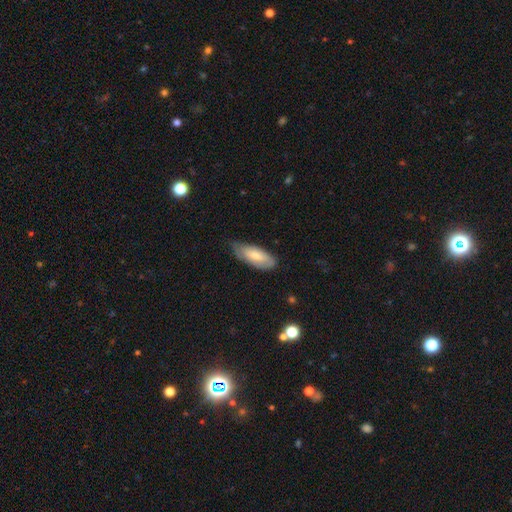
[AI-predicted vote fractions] Smooth or featured?
  - smooth: 70% *
  - featured or disk: 24%
  - star or artifact: 5%
How rounded?
  - in between: 79% *
  - cigar-shaped: 19%
  - round: 2%
Merging?
  - none: 62% *
  - minor disturbance: 32%
  - major disturbance: 5%
  - merger: 1%